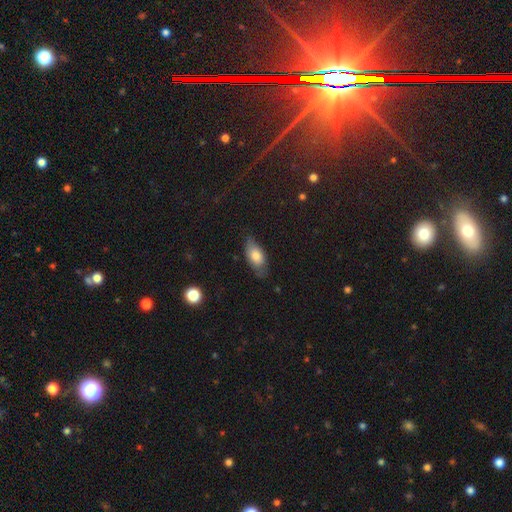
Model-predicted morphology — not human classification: type=smooth (75%); roundness=in between (88%); merging=none (69%).